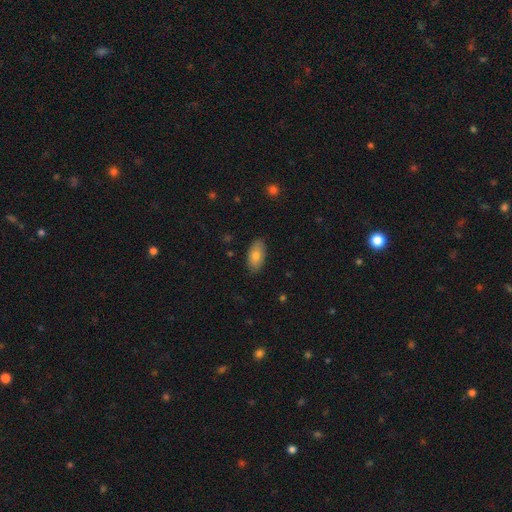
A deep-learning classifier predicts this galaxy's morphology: Smooth or featured? smooth (78%)
How rounded? in between (93%)
Merging? none (86%)